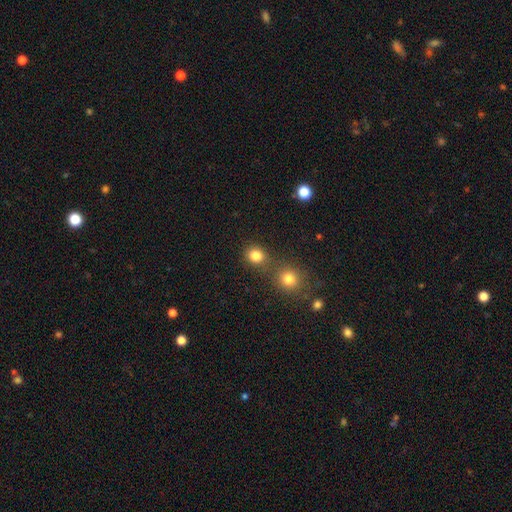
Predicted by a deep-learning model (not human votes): smooth-or-featured: smooth: 81% | star or artifact: 14% | featured or disk: 5%
  how-rounded: round: 82% | in between: 17% | cigar-shaped: 1%
  merging: none: 69% | merger: 19% | minor disturbance: 8% | major disturbance: 3%